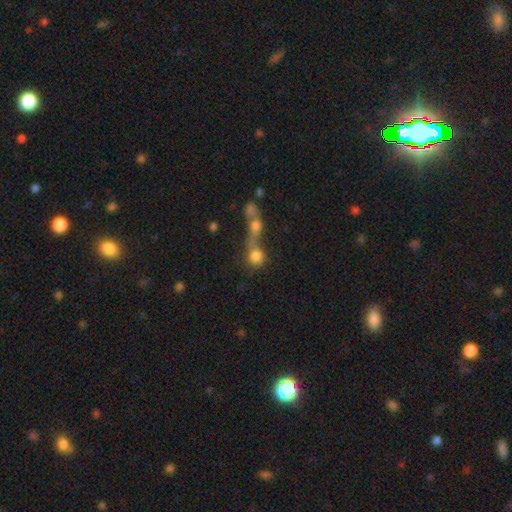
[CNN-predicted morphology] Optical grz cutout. It shows a smooth galaxy with no disk features (76%) that is round (80%). Merging: merger (63%).